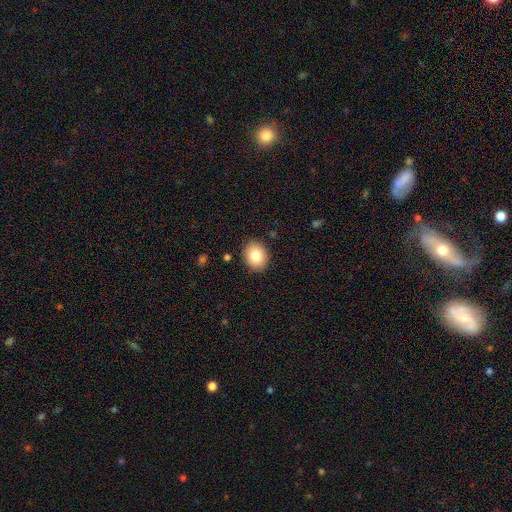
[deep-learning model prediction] A smooth galaxy with no disk features (81%) that is in between round and cigar-shaped (52%). Merging: none (89%).